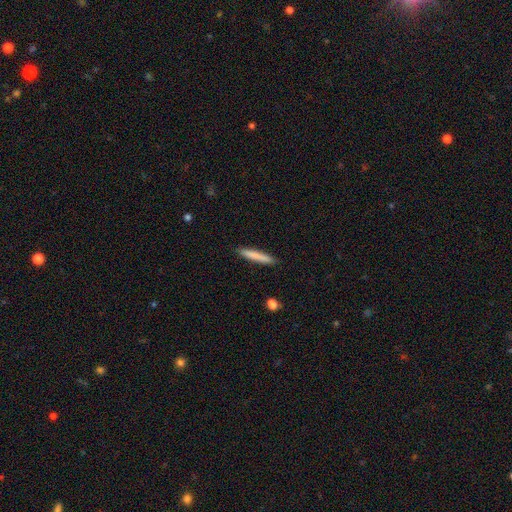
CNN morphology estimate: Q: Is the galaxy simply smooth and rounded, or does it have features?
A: smooth — 80%.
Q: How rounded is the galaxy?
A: cigar-shaped — 95%.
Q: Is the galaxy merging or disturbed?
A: none — 90%.